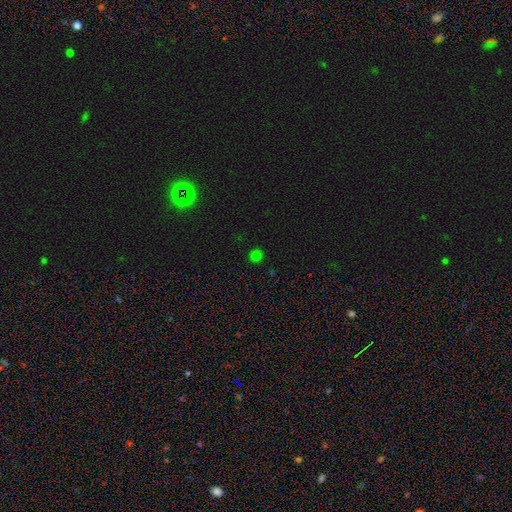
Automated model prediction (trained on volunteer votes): This appears to be a smooth galaxy with no disk features (74%) that is round (93%). Merging: none (91%).